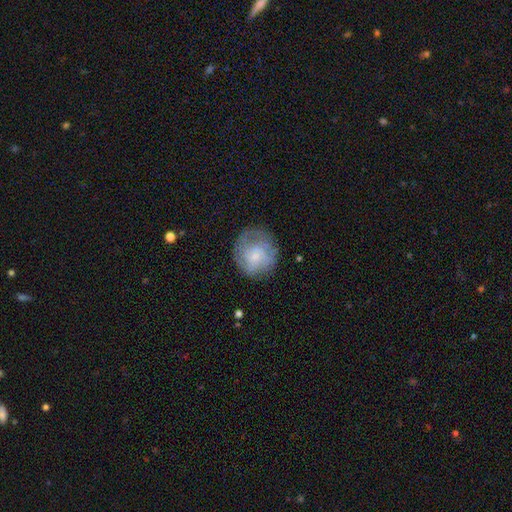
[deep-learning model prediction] A featured or disk galaxy (51%) with no bar (76%), spiral arms (76%) and a small central bulge (54%). Merging: none (68%).